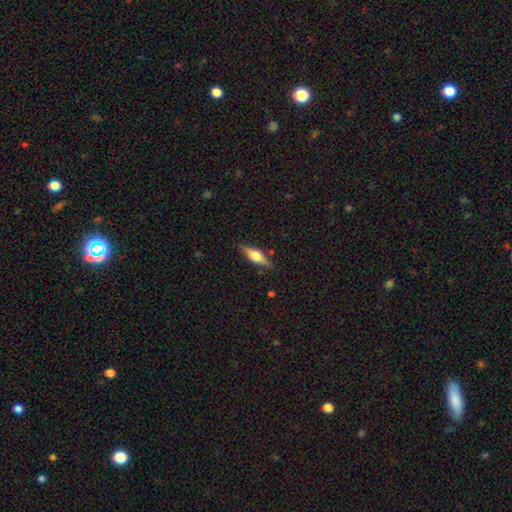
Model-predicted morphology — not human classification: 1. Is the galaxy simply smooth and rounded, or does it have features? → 50% featured or disk, 43% smooth, 7% star or artifact.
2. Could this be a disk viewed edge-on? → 93% yes, 7% no.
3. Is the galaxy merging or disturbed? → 84% none, 12% minor disturbance, 3% major disturbance, 2% merger.